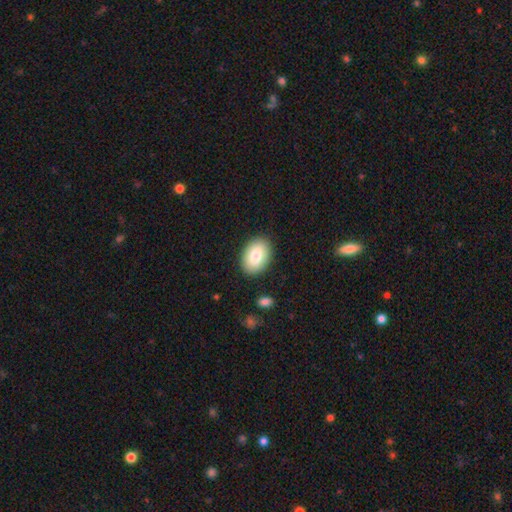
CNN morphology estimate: A smooth galaxy with no disk features (82%) that is in between round and cigar-shaped (87%).

Vote fractions:
- Smooth or featured? smooth: 82% / featured or disk: 11% / star or artifact: 7%
- How rounded? in between: 87% / round: 12% / cigar-shaped: 1%
- Merging? none: 88% / minor disturbance: 8% / major disturbance: 2% / merger: 1%